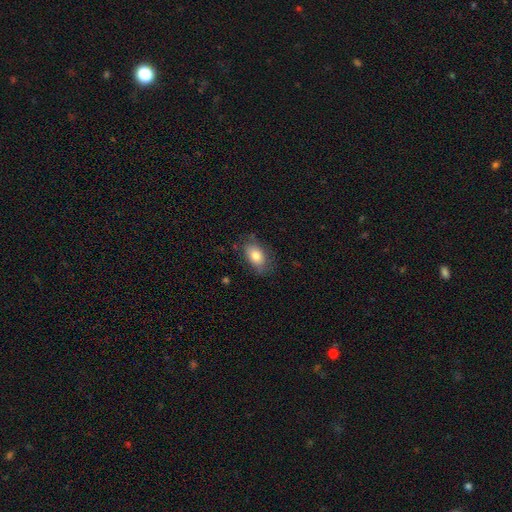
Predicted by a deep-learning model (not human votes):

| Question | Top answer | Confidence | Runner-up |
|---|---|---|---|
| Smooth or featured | smooth | 79% | featured or disk (13%) |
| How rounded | in between | 89% | round (9%) |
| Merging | none | 73% | minor disturbance (20%) |